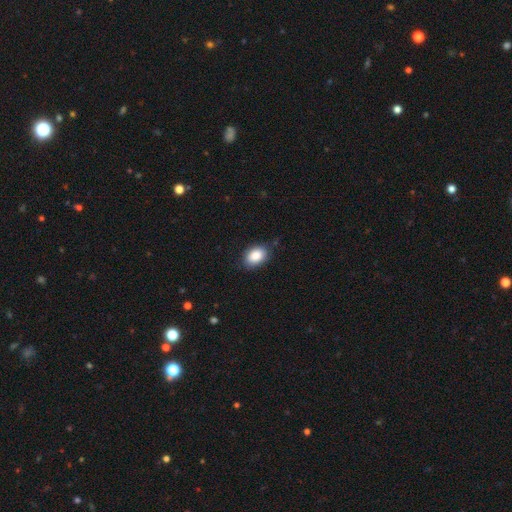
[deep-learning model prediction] Overall: smooth (87%). How rounded: in between (84%). Merging: none (82%).